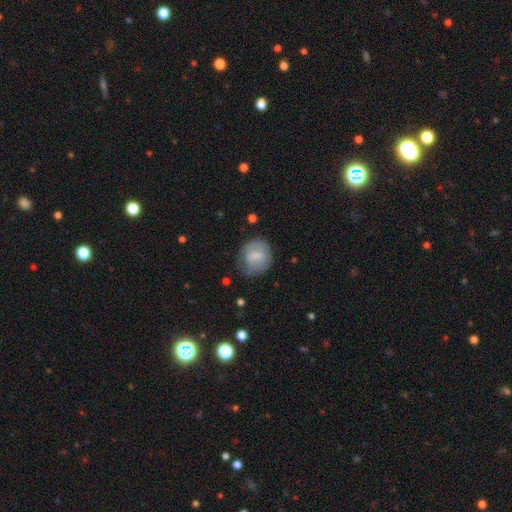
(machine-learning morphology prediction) The model was most divided on "how rounded": round: 63%, in between: 36%, cigar-shaped: 1%. More confident: smooth or featured — smooth (64%); merging — none (62%).